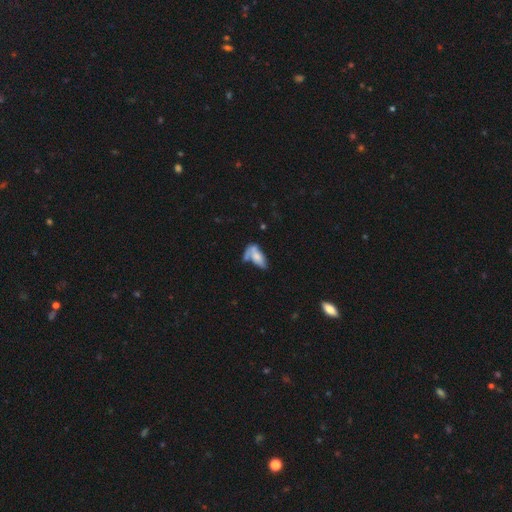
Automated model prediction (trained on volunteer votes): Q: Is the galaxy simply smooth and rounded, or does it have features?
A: smooth — 65%.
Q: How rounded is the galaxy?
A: in between — 80%.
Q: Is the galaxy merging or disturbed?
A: merger — 37%.